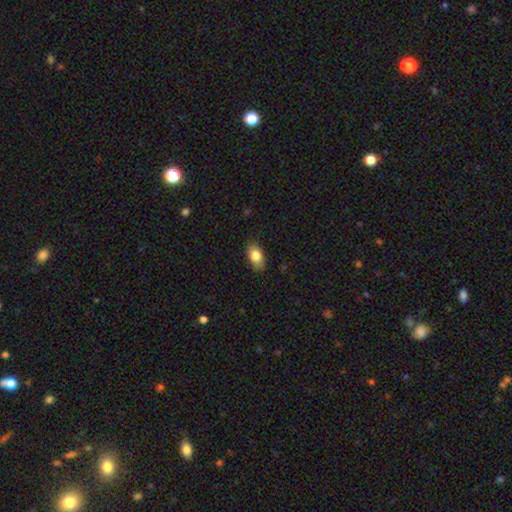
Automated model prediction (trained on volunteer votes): A smooth galaxy with no disk features (84%) that is in between round and cigar-shaped (90%).

Vote fractions:
- Smooth or featured? smooth: 84% / featured or disk: 9% / star or artifact: 7%
- How rounded? in between: 90% / round: 6% / cigar-shaped: 3%
- Merging? none: 85% / minor disturbance: 12% / major disturbance: 2% / merger: 1%